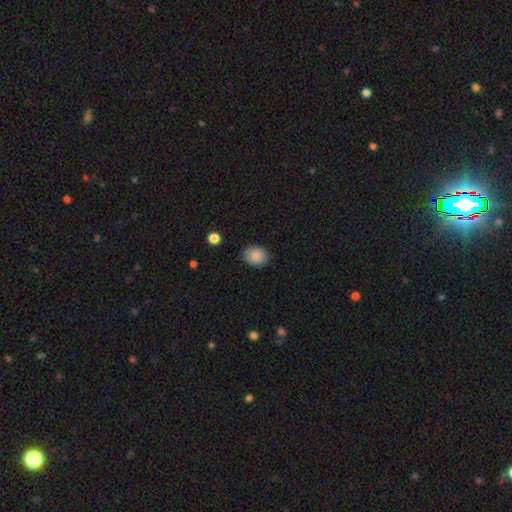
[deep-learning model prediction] smooth_or_featured: smooth (p=0.88) [alt: star or artifact p=0.08]
how_rounded: in between (p=0.51) [alt: round p=0.48]
merging: none (p=0.88) [alt: minor disturbance p=0.09]